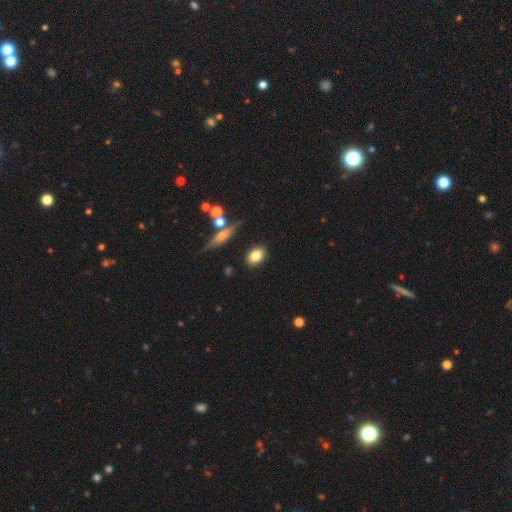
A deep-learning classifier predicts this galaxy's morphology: Q: Smooth or featured?
A: smooth (81%); runner-up: featured or disk (10%)
Q: How rounded?
A: in between (79%); runner-up: round (18%)
Q: Merging?
A: none (84%); runner-up: minor disturbance (10%)